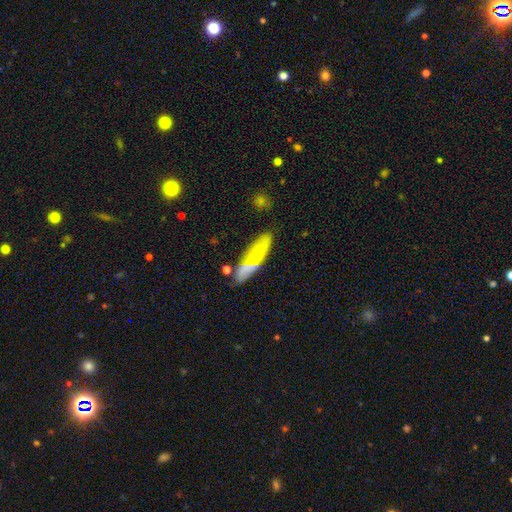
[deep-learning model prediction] Smooth or featured? smooth (70%)
How rounded? in between (51%)
Merging? none (70%)